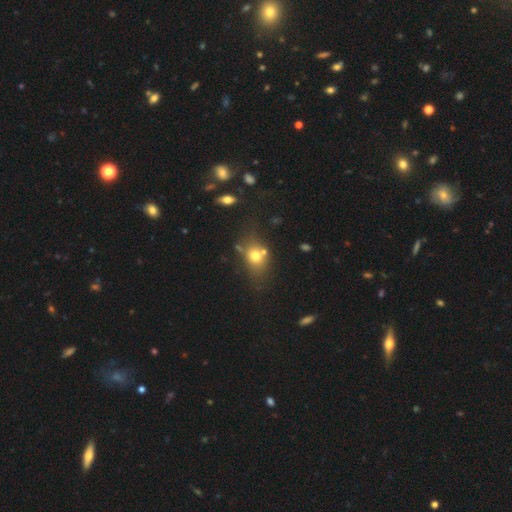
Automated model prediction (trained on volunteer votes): This appears to be a smooth galaxy with no disk features (69%) that is in between round and cigar-shaped (54%). Merging: none (60%).